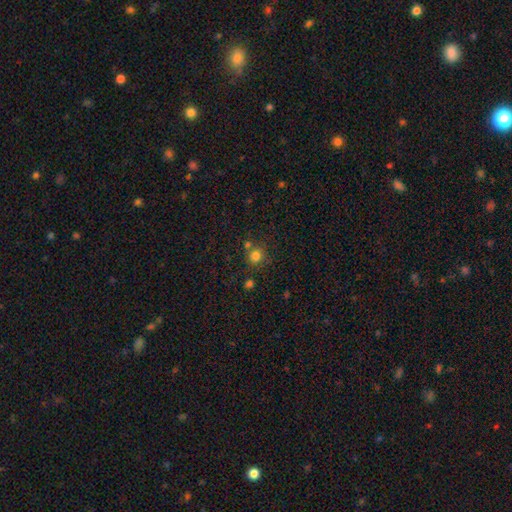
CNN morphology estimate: The model was most divided on "merging": none: 71%, merger: 15%, minor disturbance: 10%, major disturbance: 4%. More confident: how rounded — round (88%); smooth or featured — smooth (79%).